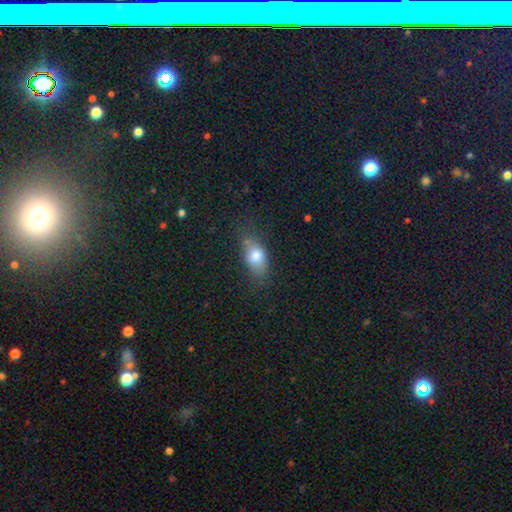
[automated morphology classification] Overall: smooth (77%). How rounded: in between (82%). Merging: none (63%; minor disturbance 25%).